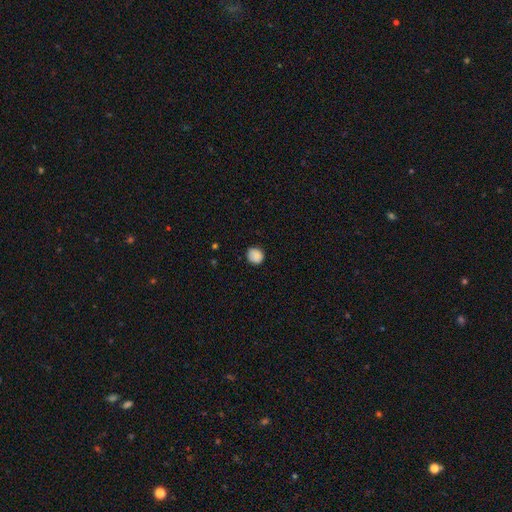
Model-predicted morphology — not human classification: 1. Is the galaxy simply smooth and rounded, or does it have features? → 87% smooth, 9% star or artifact, 4% featured or disk.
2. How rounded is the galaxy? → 84% round, 15% in between, 1% cigar-shaped.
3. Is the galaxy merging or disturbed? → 82% none, 14% minor disturbance, 3% major disturbance, 1% merger.